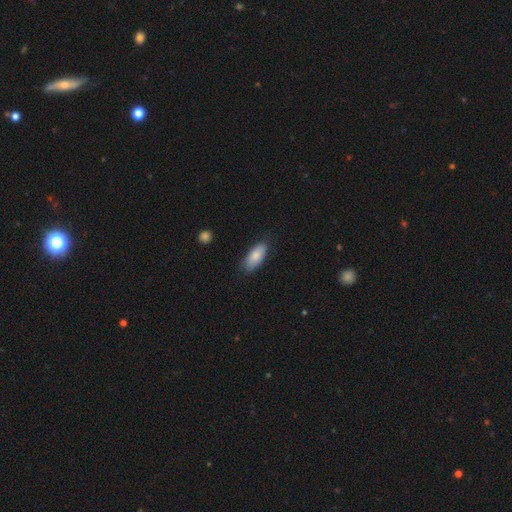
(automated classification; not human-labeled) Smooth or featured?
  - smooth: 83% *
  - featured or disk: 11%
  - star or artifact: 6%
How rounded?
  - in between: 88% *
  - cigar-shaped: 10%
  - round: 2%
Merging?
  - none: 77% *
  - minor disturbance: 18%
  - major disturbance: 4%
  - merger: 1%